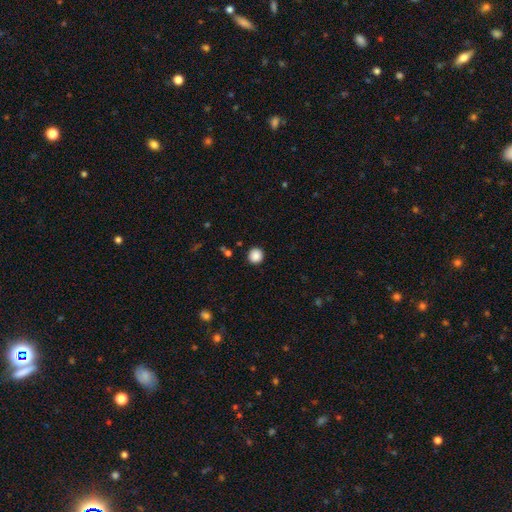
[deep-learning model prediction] Smooth or featured? smooth (88%)
How rounded? round (93%)
Merging? none (91%)